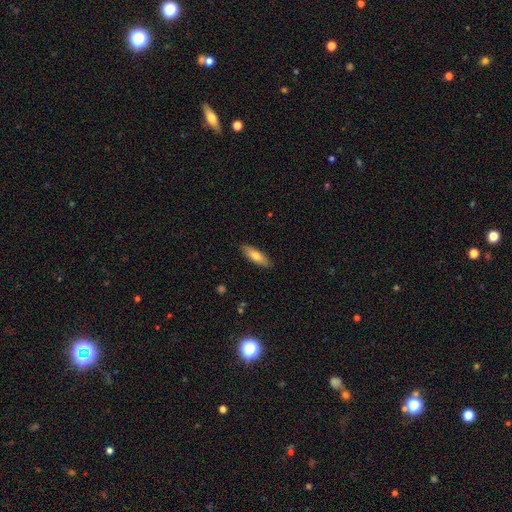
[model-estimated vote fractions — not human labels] Smooth or featured?
  - smooth: 71% *
  - featured or disk: 23%
  - star or artifact: 6%
How rounded?
  - in between: 54% *
  - cigar-shaped: 43%
  - round: 2%
Merging?
  - none: 88% *
  - minor disturbance: 9%
  - major disturbance: 2%
  - merger: 1%